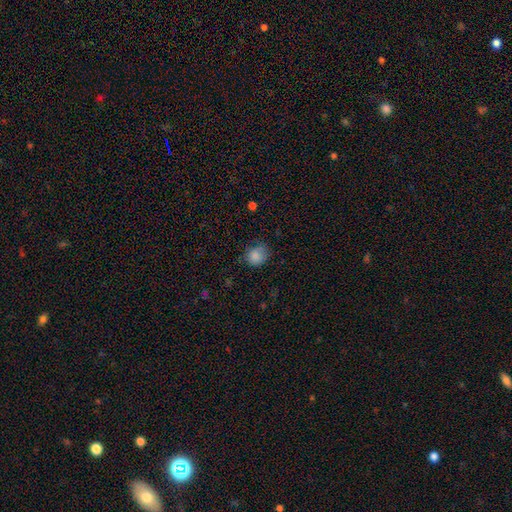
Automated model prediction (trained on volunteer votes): Smooth or featured: smooth — 85% (star or artifact — 9%)
How rounded: round — 71% (in between — 28%)
Merging: none — 64% (minor disturbance — 27%)